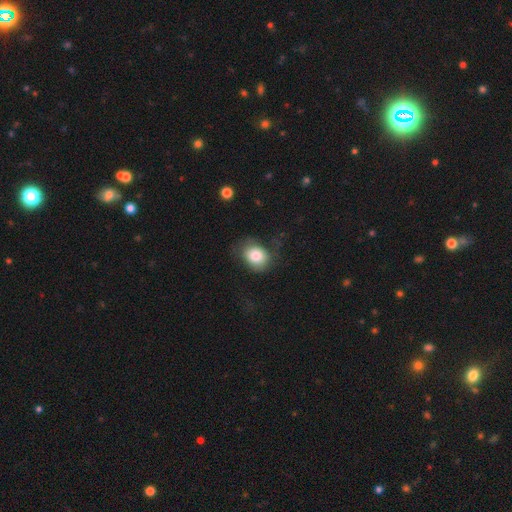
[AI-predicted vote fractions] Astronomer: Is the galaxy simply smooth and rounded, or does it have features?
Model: smooth — 80%.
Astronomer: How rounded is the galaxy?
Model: round — 51% (runner-up: in between, 49%).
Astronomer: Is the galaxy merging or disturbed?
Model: none — 64%.